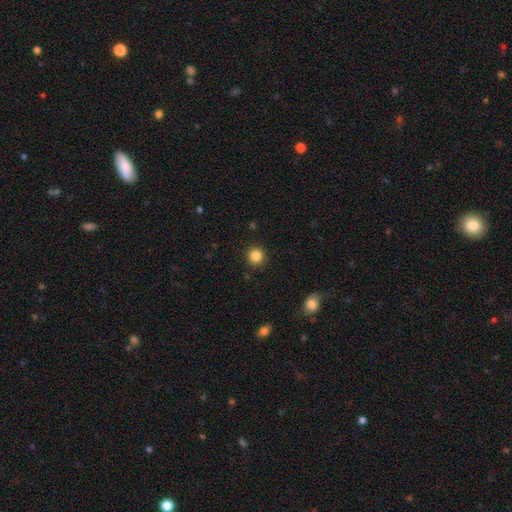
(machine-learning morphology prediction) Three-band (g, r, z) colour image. It shows a smooth galaxy with no disk features (85%) that is round (93%). Merging: none (91%).